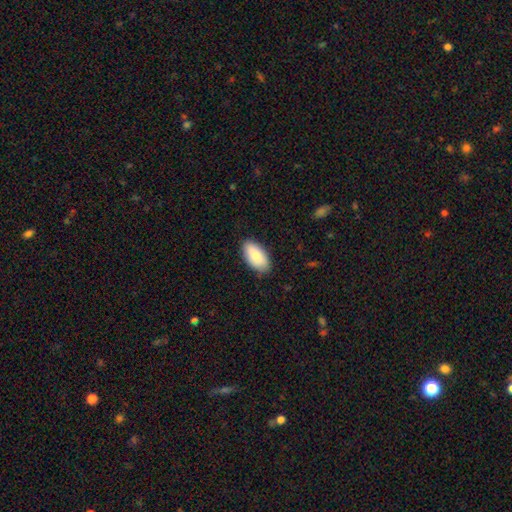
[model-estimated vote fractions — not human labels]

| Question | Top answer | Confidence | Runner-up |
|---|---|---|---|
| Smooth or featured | smooth | 80% | featured or disk (14%) |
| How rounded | in between | 94% | cigar-shaped (3%) |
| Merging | none | 86% | minor disturbance (11%) |